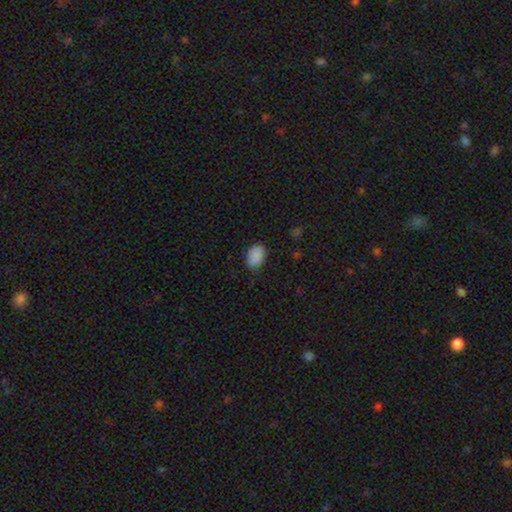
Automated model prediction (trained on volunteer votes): Overall: smooth (88%). How rounded: in between (86%). Merging: none (78%).